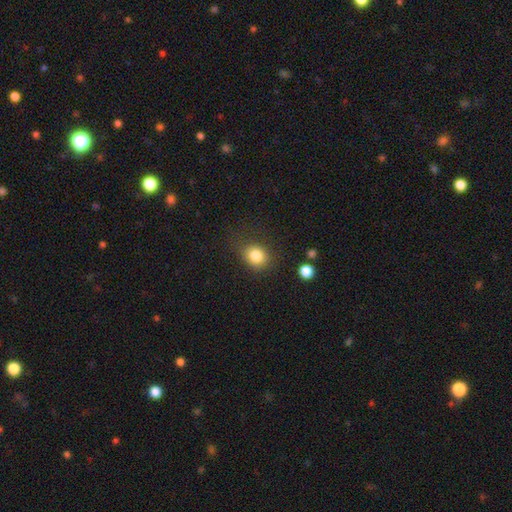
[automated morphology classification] This is clearly a smooth galaxy (83%). How rounded: likely round (67%). Merging: likely none (73%).